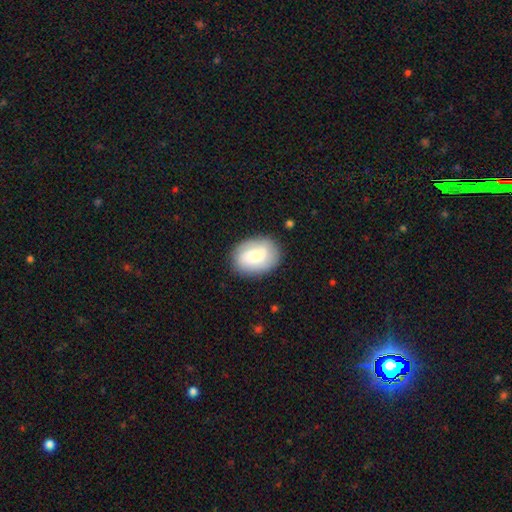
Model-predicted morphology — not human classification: This appears to be a smooth galaxy with no disk features (62%) that is in between round and cigar-shaped (70%). Merging: none (81%).